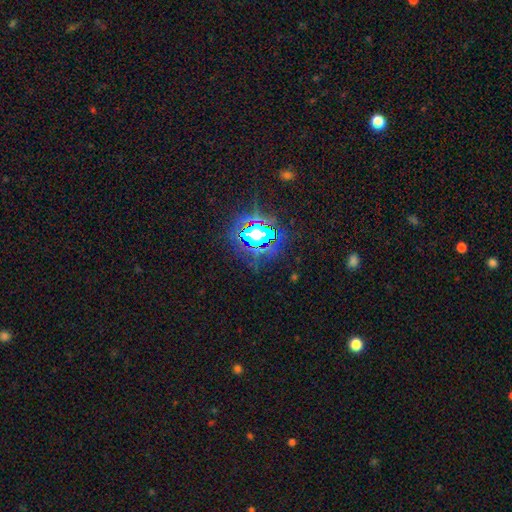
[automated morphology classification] Smooth or featured?
  - star or artifact: 82% *
  - smooth: 11%
  - featured or disk: 7%